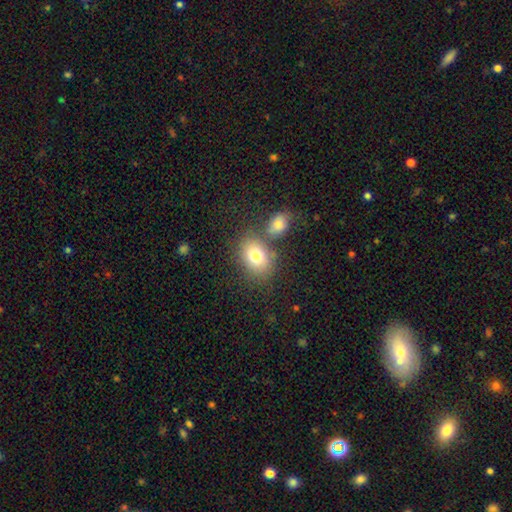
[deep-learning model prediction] Smooth or featured? smooth (78%)
How rounded? in between (67%)
Merging? none (63%)